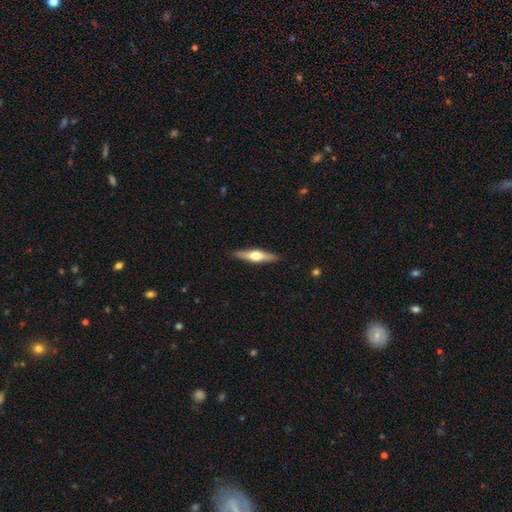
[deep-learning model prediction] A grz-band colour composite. It shows a featured or disk galaxy (63%) viewed edge-on (96%) with a rounded central bulge (95%). Merging: none (90%).